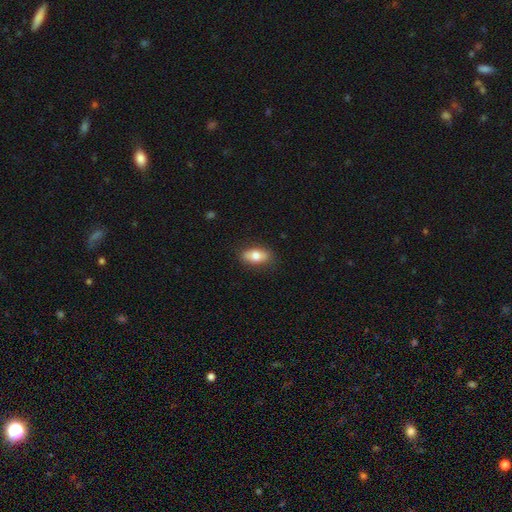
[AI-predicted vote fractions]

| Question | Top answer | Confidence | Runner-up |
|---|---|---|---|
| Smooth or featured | smooth | 74% | featured or disk (20%) |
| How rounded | in between | 87% | cigar-shaped (8%) |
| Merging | none | 84% | minor disturbance (13%) |